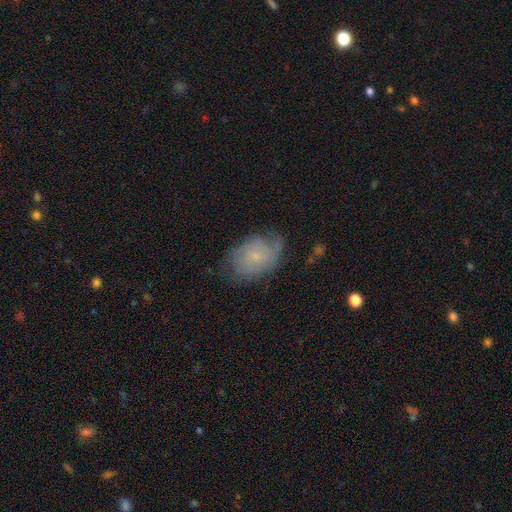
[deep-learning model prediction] A featured or disk galaxy (51%).

Vote fractions:
- Smooth or featured? featured or disk: 51% / smooth: 38% / star or artifact: 11%
- Edge-on disk? no: 96% / yes: 4%
- Merging? none: 64% / minor disturbance: 24% / major disturbance: 10% / merger: 1%